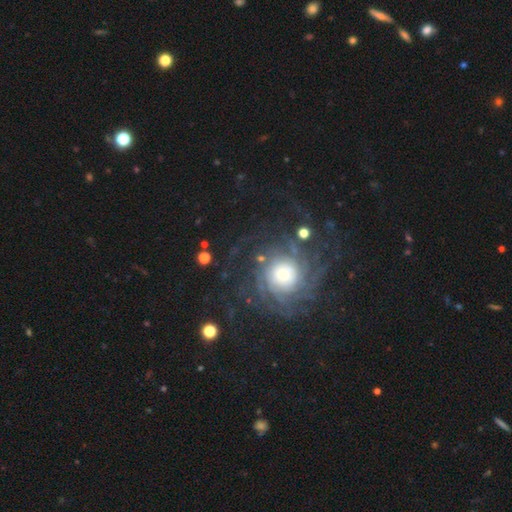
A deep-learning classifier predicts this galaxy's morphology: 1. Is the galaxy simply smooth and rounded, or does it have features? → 40% smooth, 34% star or artifact, 27% featured or disk.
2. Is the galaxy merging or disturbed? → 78% none, 11% minor disturbance, 8% major disturbance, 4% merger.